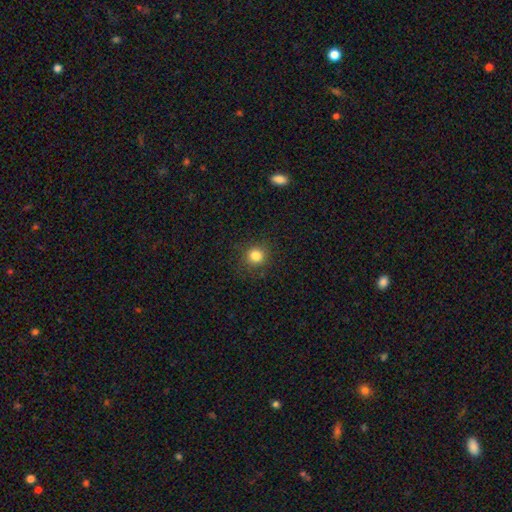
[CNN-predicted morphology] This is clearly a smooth galaxy (83%). How rounded: clearly round (90%). Merging: clearly none (87%).